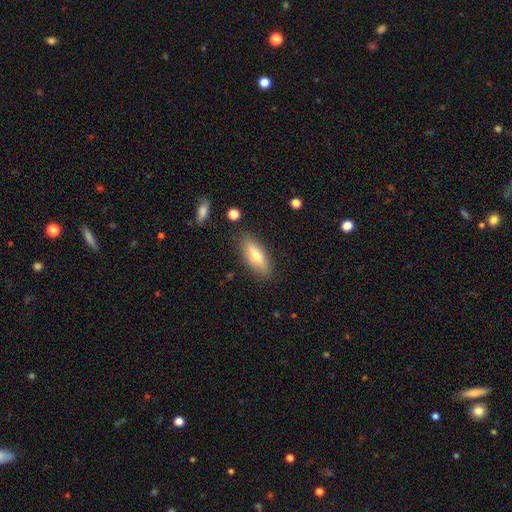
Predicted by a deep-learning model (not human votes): Smooth or featured: smooth — 66% (featured or disk — 27%)
How rounded: in between — 62% (cigar-shaped — 35%)
Merging: none — 83% (minor disturbance — 12%)